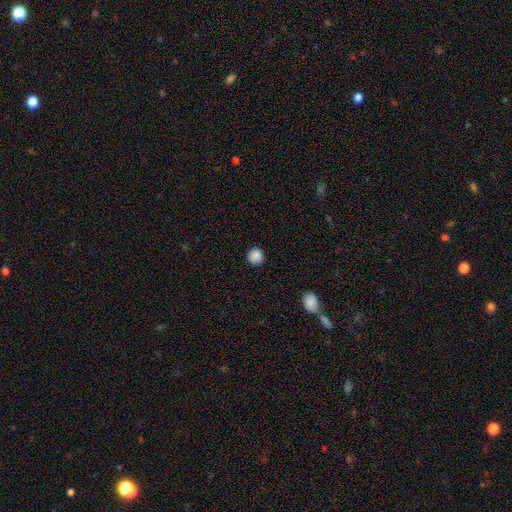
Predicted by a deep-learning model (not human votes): Smooth or featured? Predicted: smooth (p=0.88). How rounded? Predicted: round (p=0.93). Merging? Predicted: none (p=0.90).